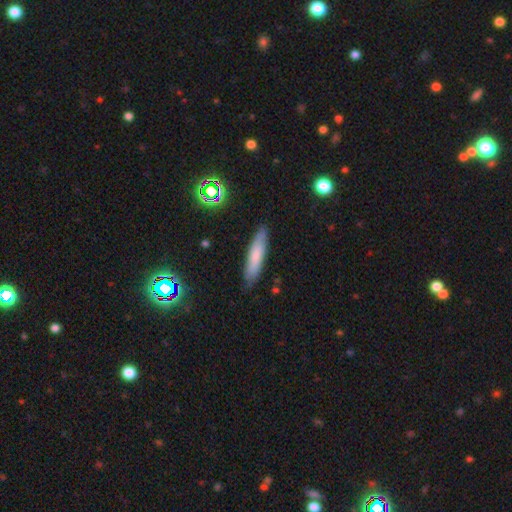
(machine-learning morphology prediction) This appears to be a smooth galaxy with no disk features (73%) that is cigar-shaped (80%). Merging: none (85%).